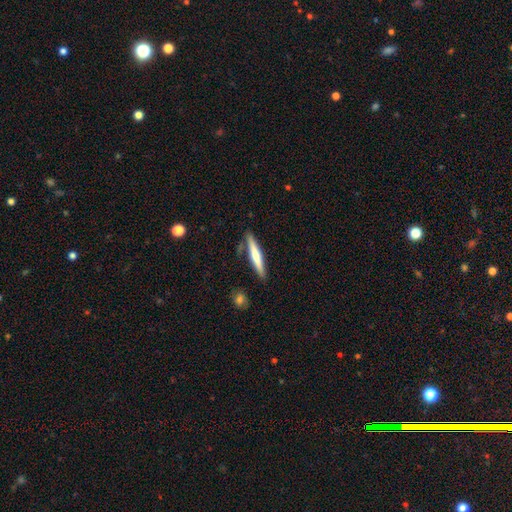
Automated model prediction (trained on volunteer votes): Smooth or featured?
  - smooth: 55% *
  - featured or disk: 40%
  - star or artifact: 5%
How rounded?
  - cigar-shaped: 93% *
  - in between: 6%
  - round: 1%
Merging?
  - none: 82% *
  - minor disturbance: 12%
  - merger: 4%
  - major disturbance: 2%